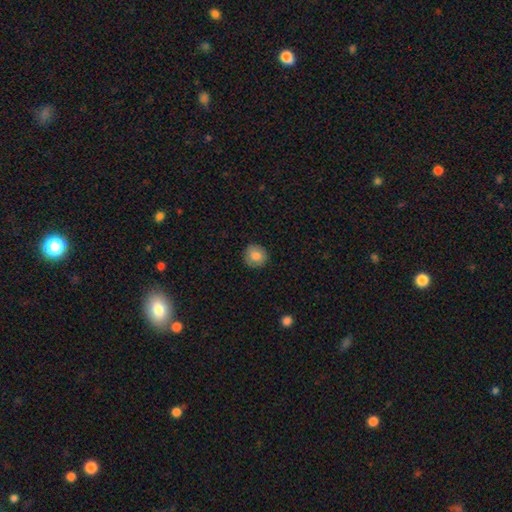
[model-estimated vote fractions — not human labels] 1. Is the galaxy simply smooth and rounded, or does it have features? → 82% smooth, 10% featured or disk, 9% star or artifact.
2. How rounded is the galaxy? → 90% round, 9% in between, 1% cigar-shaped.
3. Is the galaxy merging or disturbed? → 87% none, 10% minor disturbance, 2% major disturbance, 1% merger.